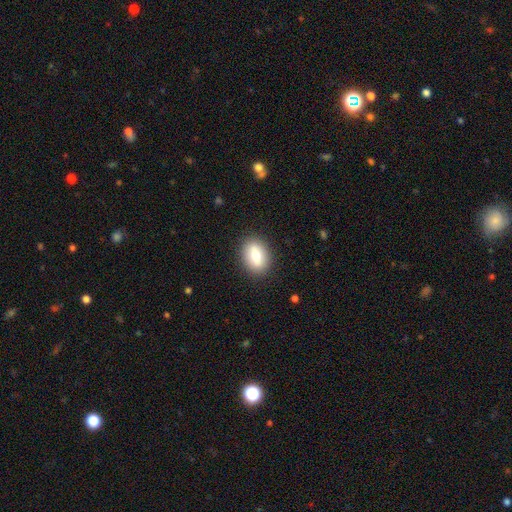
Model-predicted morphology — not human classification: Smooth or featured?
  - smooth: 75% *
  - featured or disk: 18%
  - star or artifact: 7%
How rounded?
  - in between: 78% *
  - round: 20%
  - cigar-shaped: 2%
Merging?
  - none: 88% *
  - minor disturbance: 9%
  - major disturbance: 3%
  - merger: 1%